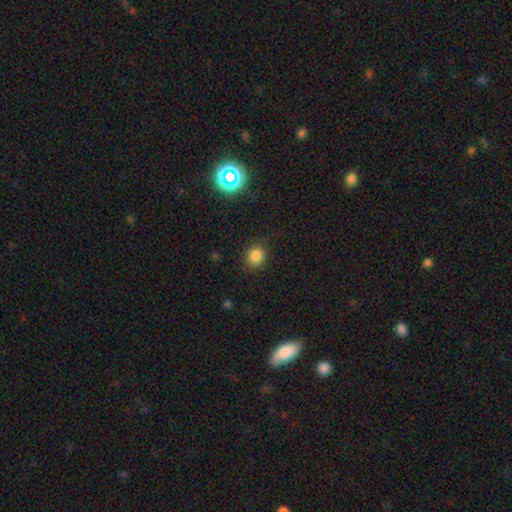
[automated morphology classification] type=smooth (82%); roundness=round (75%); merging=none (80%).